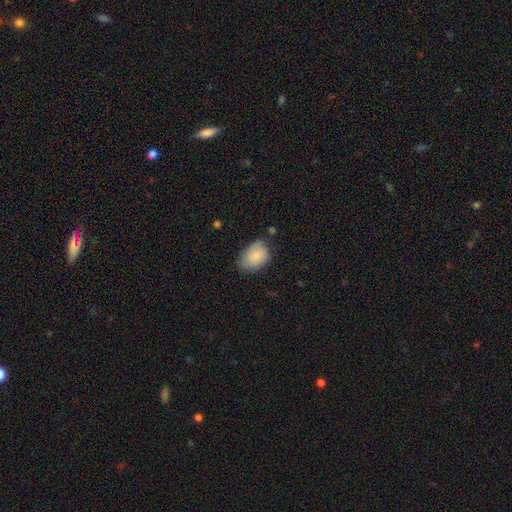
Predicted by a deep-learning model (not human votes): Q: Smooth or featured?
A: smooth (83%); runner-up: featured or disk (11%)
Q: How rounded?
A: in between (82%); runner-up: round (17%)
Q: Merging?
A: none (60%); runner-up: minor disturbance (31%)